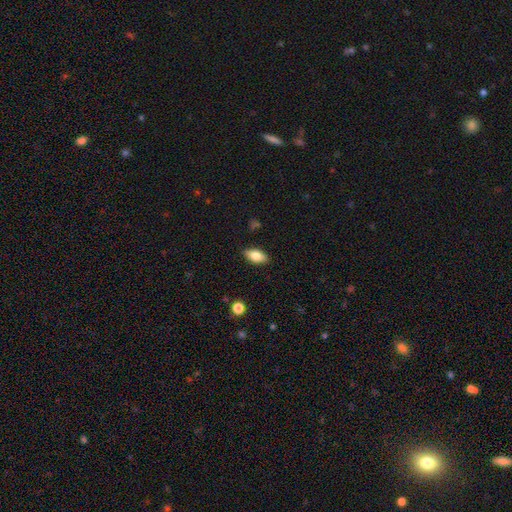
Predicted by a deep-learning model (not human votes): smooth 81%, featured or disk 12%, star or artifact 7%. Down the decision tree: how rounded — in between (89%); merging — none (87%).